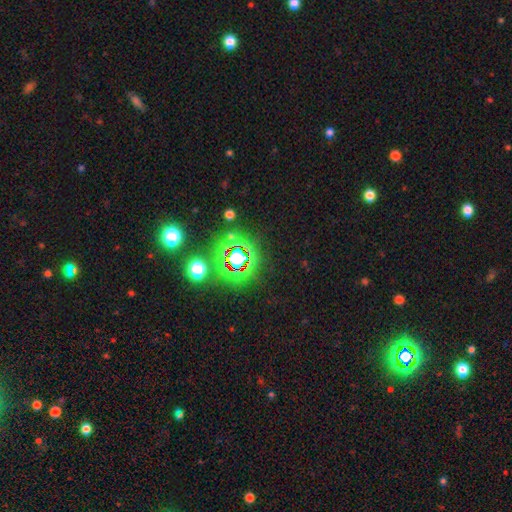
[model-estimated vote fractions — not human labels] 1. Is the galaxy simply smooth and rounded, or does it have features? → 81% star or artifact, 11% smooth, 7% featured or disk.